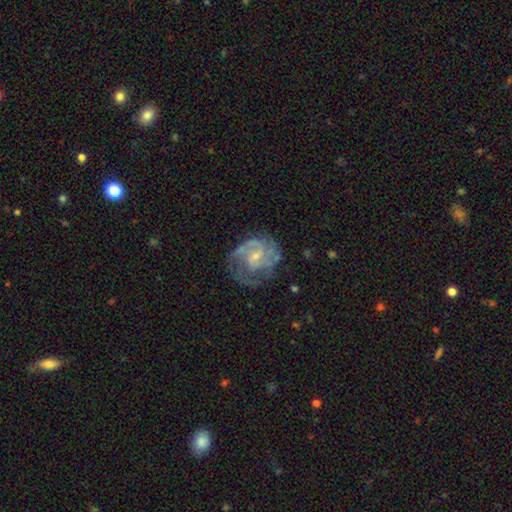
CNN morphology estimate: This appears to be a featured or disk galaxy (82%) with a weak bar (46%), 2 (41%) medium (44%) spiral arms (92%) and a small central bulge (68%). Merging: none (56%).